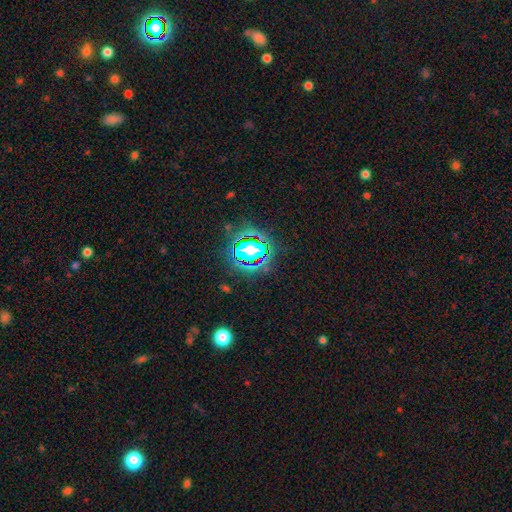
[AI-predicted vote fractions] Overall: star or artifact (81%).